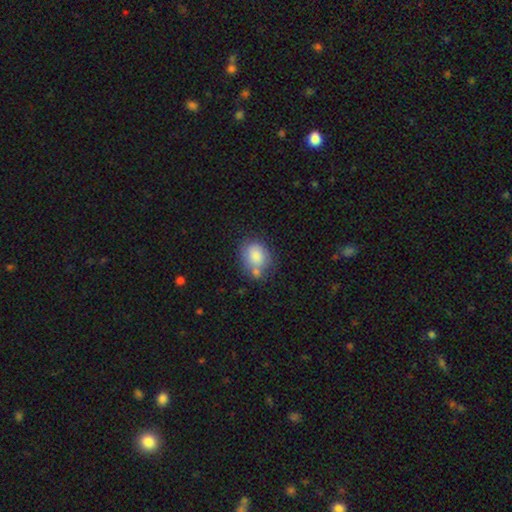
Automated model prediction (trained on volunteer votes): smooth-or-featured: smooth: 80% | featured or disk: 12% | star or artifact: 8%
  how-rounded: in between: 54% | round: 45% | cigar-shaped: 1%
  merging: none: 52% | minor disturbance: 21% | merger: 20% | major disturbance: 7%